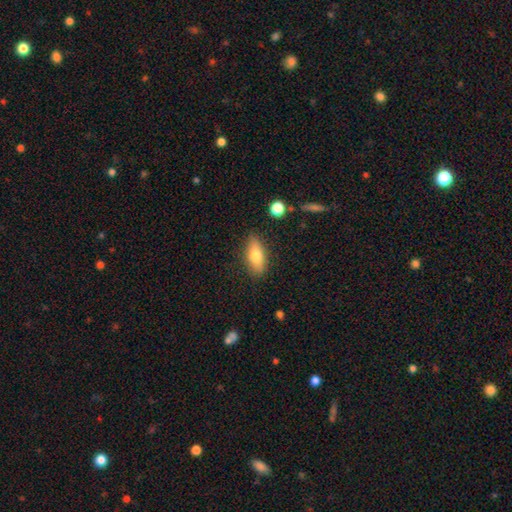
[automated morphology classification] This is likely a smooth galaxy (73%). How rounded: likely in between (79%). Merging: clearly none (83%).